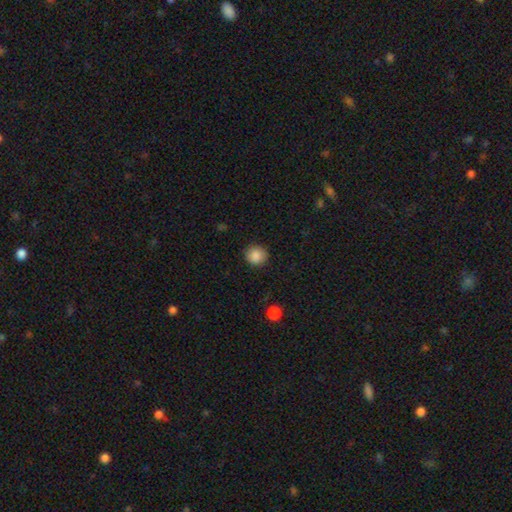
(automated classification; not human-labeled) Overall: smooth (87%). How rounded: round (90%). Merging: none (89%).